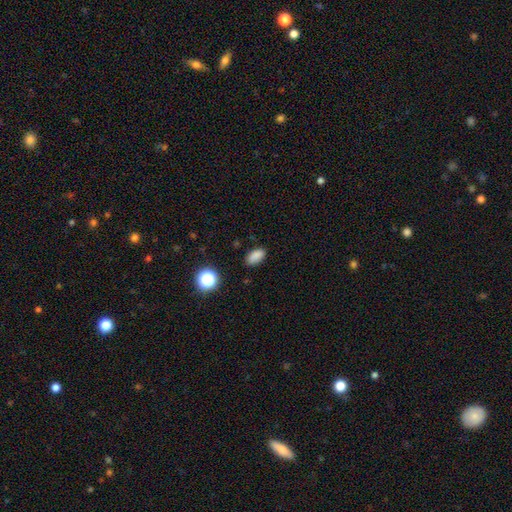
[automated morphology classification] A smooth galaxy with no disk features (83%) that is in between round and cigar-shaped (90%). Merging: none (83%).